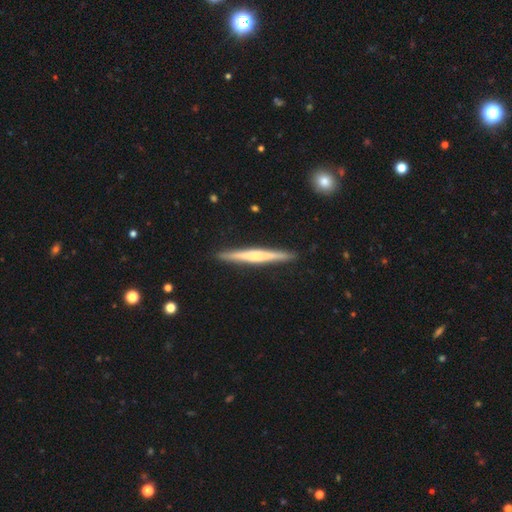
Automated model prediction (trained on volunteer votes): A featured or disk galaxy (67%) viewed edge-on (98%) with a rounded central bulge (56%). Merging: none (91%).